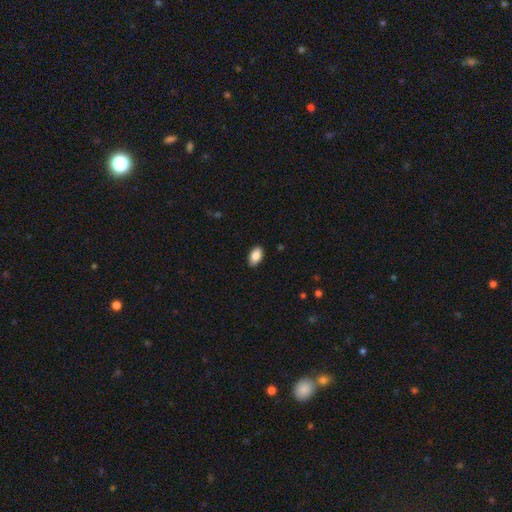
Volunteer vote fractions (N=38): This is clearly a smooth galaxy (89%). How rounded: clearly in between (91%). Merging: clearly none (84%).